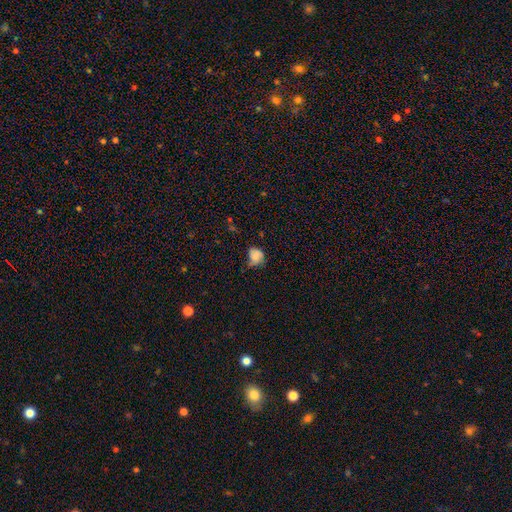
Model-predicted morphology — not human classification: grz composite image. It shows a smooth galaxy with no disk features (73%) that is round (57%). Merging: none (43%).